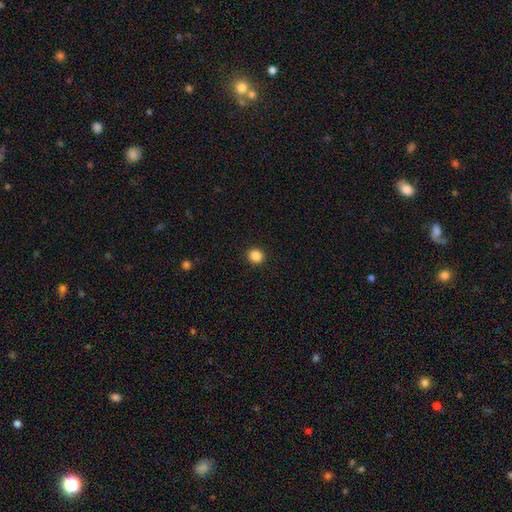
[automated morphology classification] This appears to be a smooth galaxy with no disk features (87%) that is round (83%). Merging: none (92%).